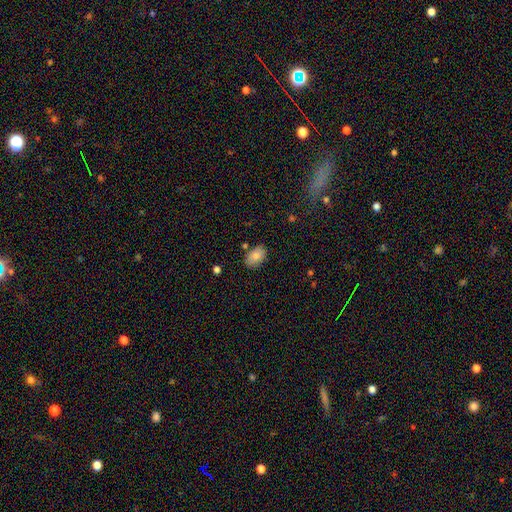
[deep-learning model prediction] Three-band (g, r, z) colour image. It shows a smooth galaxy with no disk features (83%) that is in between round and cigar-shaped (89%). Merging: none (80%).